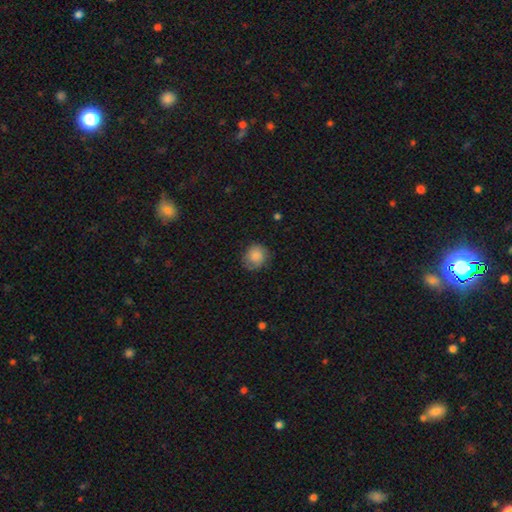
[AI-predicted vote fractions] smooth 80%, featured or disk 12%, star or artifact 8%. Down the decision tree: how rounded — round (81%); merging — none (73%).